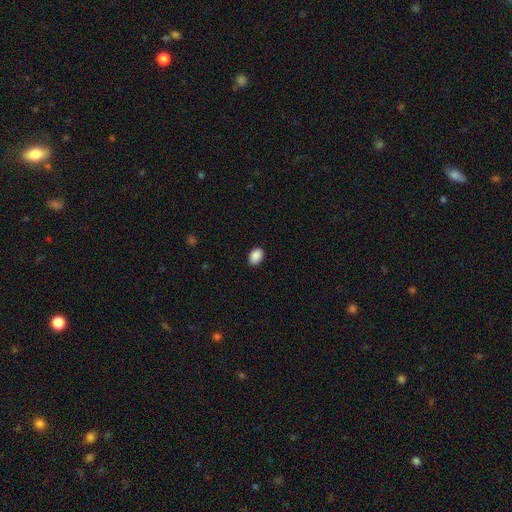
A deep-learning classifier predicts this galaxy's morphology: This appears to be a smooth galaxy with no disk features (90%) that is in between round and cigar-shaped (78%). Merging: none (89%).